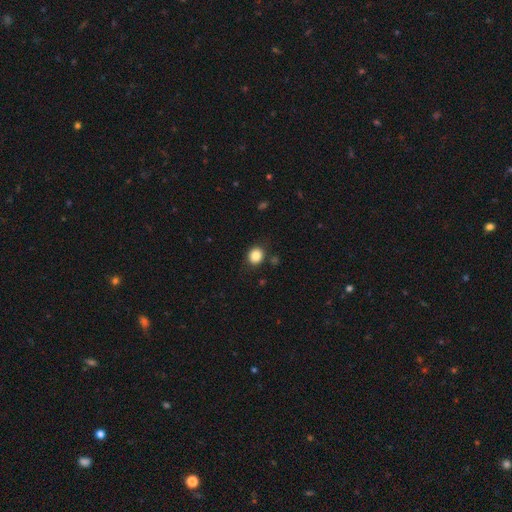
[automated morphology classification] smooth-or-featured: smooth: 85% | star or artifact: 10% | featured or disk: 5%
  how-rounded: round: 76% | in between: 24% | cigar-shaped: 1%
  merging: none: 86% | minor disturbance: 9% | major disturbance: 3% | merger: 2%